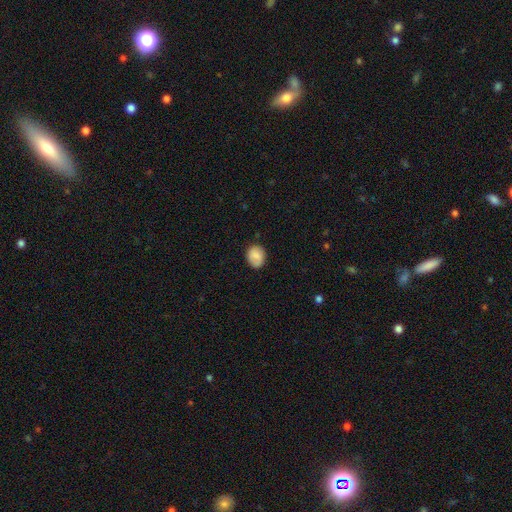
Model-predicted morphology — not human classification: Smooth or featured? Predicted: smooth (p=0.80). How rounded? Predicted: round (p=0.53). Merging? Predicted: none (p=0.79).